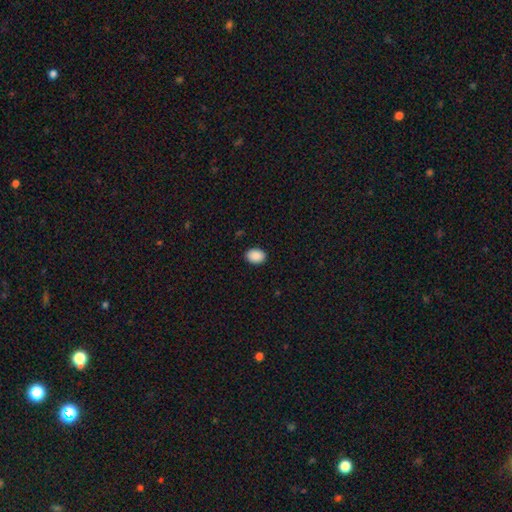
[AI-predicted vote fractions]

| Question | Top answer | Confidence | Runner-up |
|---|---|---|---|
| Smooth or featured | smooth | 91% | star or artifact (7%) |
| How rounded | in between | 77% | round (22%) |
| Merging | none | 90% | minor disturbance (7%) |